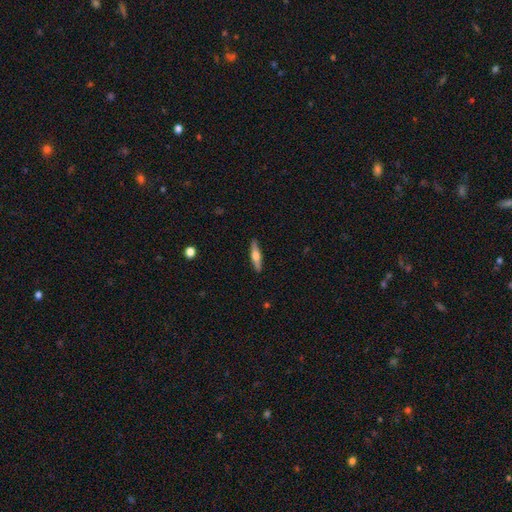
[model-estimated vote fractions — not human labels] Smooth or featured? Predicted: featured or disk (p=0.50). Merging? Predicted: none (p=0.89).